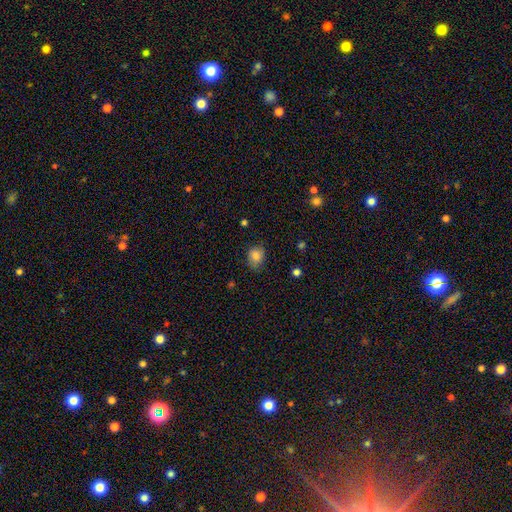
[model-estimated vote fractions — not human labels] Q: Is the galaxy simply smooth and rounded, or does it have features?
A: smooth — 83%.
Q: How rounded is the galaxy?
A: round — 57%.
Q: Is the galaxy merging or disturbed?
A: none — 66%.